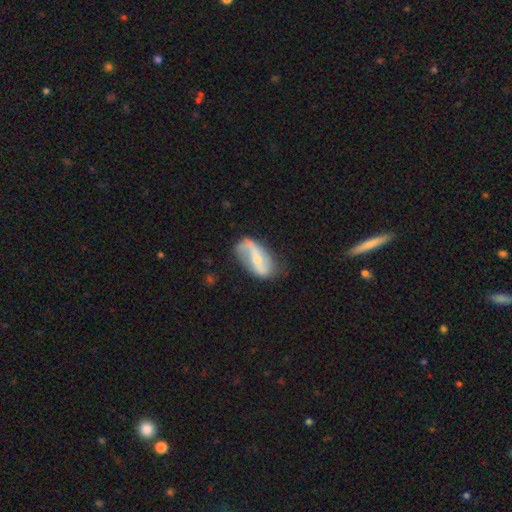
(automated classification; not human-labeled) A featured or disk galaxy (76%) with a strong bar (41%), 2 (81%) loose (60%) spiral arms (88%) and a small central bulge (58%). Merging: none (64%).